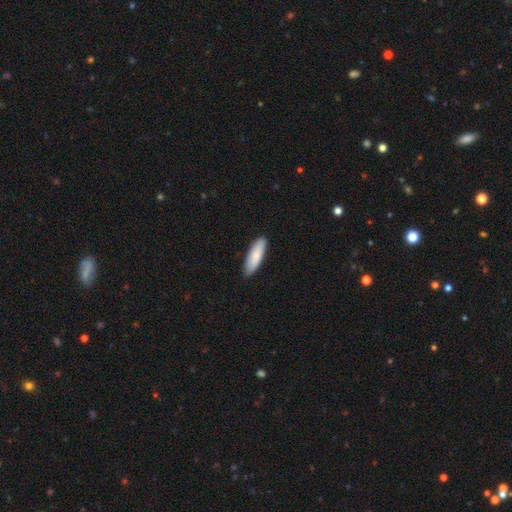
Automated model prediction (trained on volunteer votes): Morphology: type=smooth (84%); roundness=cigar-shaped (50%); merging=none (87%).